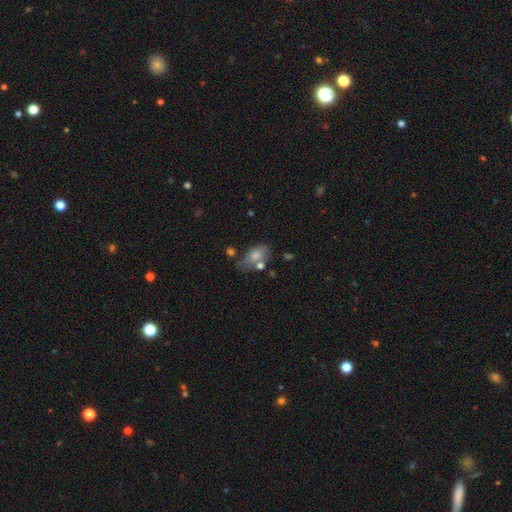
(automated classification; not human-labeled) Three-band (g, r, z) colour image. It shows a smooth galaxy with no disk features (73%) that is in between round and cigar-shaped (89%). Merging: none (44%).